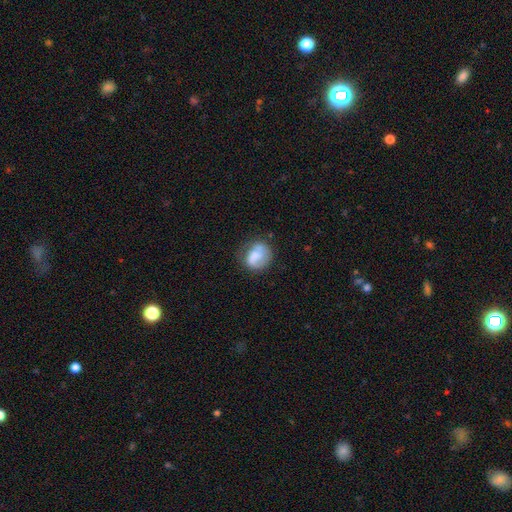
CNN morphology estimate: Overall: smooth (68%). How rounded: round (62%; in between 37%). Merging: none (51%; minor disturbance 29%).